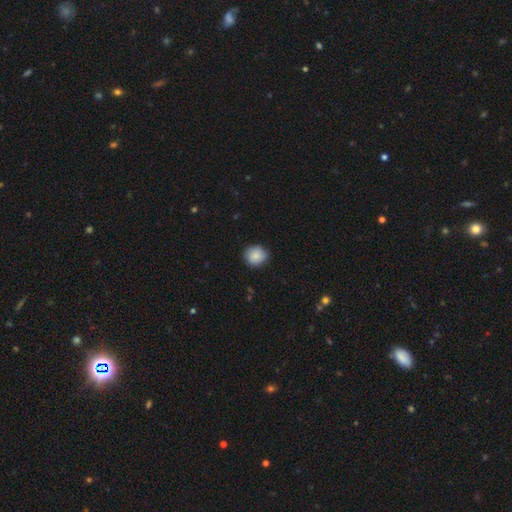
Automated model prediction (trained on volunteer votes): A smooth galaxy with no disk features (85%) that is round (85%).

Vote fractions:
- Smooth or featured? smooth: 85% / featured or disk: 8% / star or artifact: 7%
- How rounded? round: 85% / in between: 14% / cigar-shaped: 1%
- Merging? none: 85% / minor disturbance: 12% / major disturbance: 2% / merger: 1%